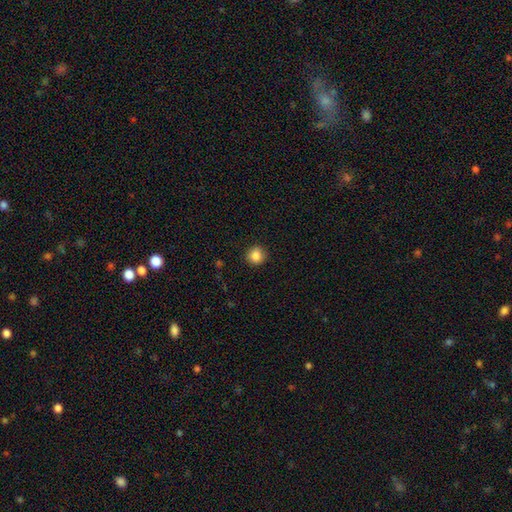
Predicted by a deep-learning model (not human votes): Smooth or featured: smooth — 86% (star or artifact — 10%)
How rounded: round — 89% (in between — 10%)
Merging: none — 89% (minor disturbance — 7%)